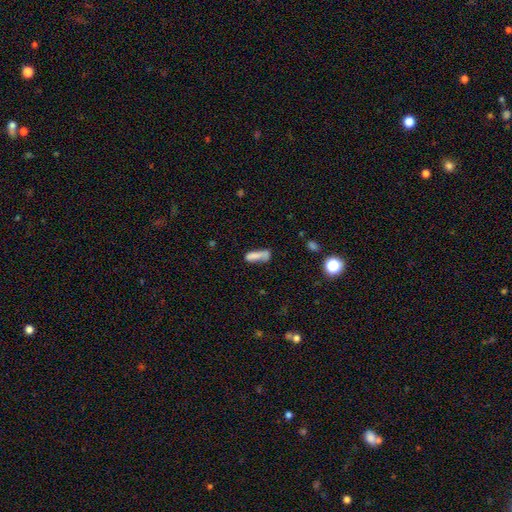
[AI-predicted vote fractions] This is likely a smooth galaxy (74%). How rounded: possibly cigar-shaped (59%). Merging: marginally none (41%).